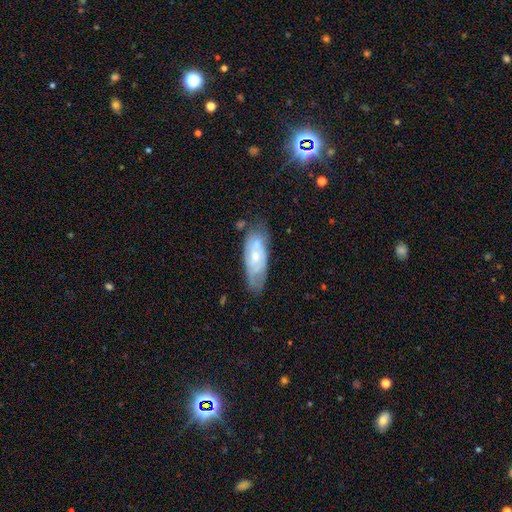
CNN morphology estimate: A featured or disk galaxy (56%).

Vote fractions:
- Smooth or featured? featured or disk: 56% / smooth: 37% / star or artifact: 7%
- Edge-on disk? no: 85% / yes: 15%
- Merging? none: 59% / minor disturbance: 25% / major disturbance: 8% / merger: 8%